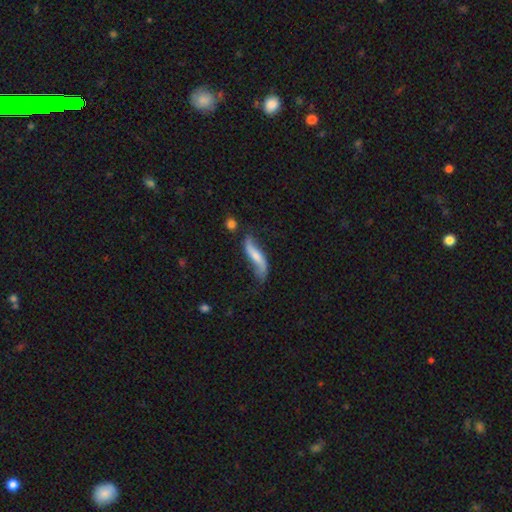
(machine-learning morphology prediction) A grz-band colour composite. It shows a featured or disk galaxy (66%). Merging: none (54%).